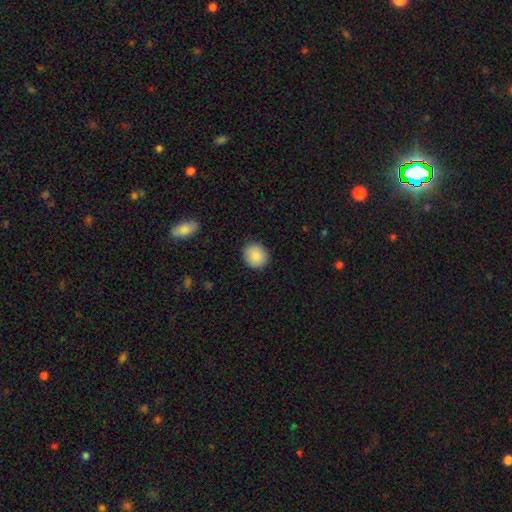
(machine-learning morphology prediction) smooth 88%, star or artifact 8%, featured or disk 5%. Down the decision tree: how rounded — round (84%); merging — none (90%).